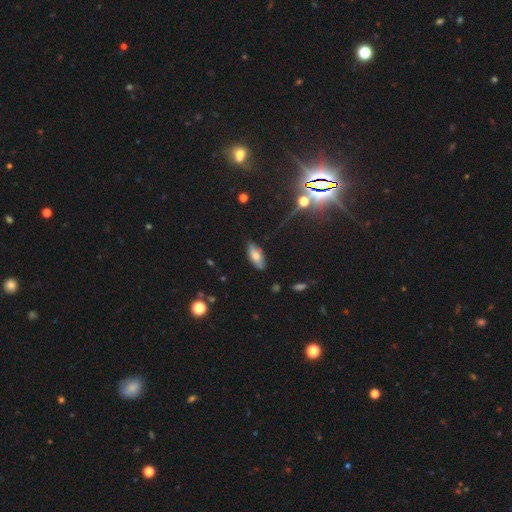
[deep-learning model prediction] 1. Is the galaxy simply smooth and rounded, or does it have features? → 68% smooth, 22% featured or disk, 10% star or artifact.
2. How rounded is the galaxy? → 84% in between, 13% cigar-shaped, 2% round.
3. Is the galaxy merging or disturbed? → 79% none, 17% minor disturbance, 3% major disturbance, 2% merger.